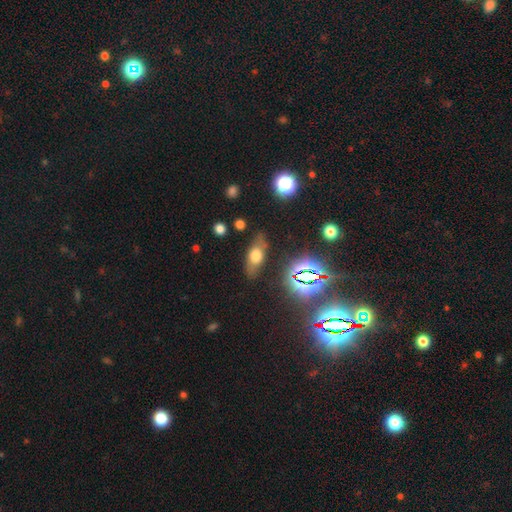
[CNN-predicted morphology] Overall: smooth (55%; featured or disk 30%). How rounded: in between (73%). Merging: none (76%).